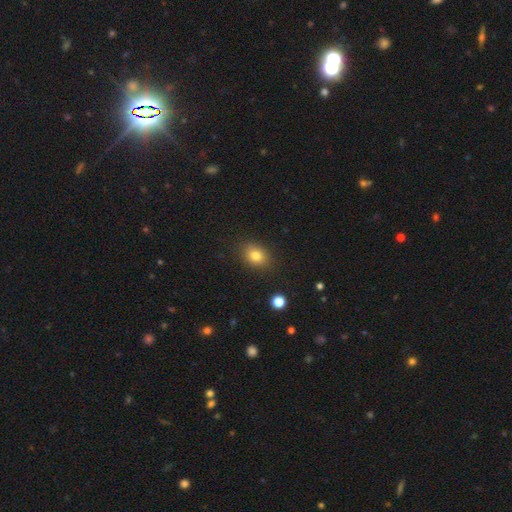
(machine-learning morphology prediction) Smooth or featured? Predicted: smooth (p=0.81). How rounded? Predicted: in between (p=0.60). Merging? Predicted: none (p=0.84).